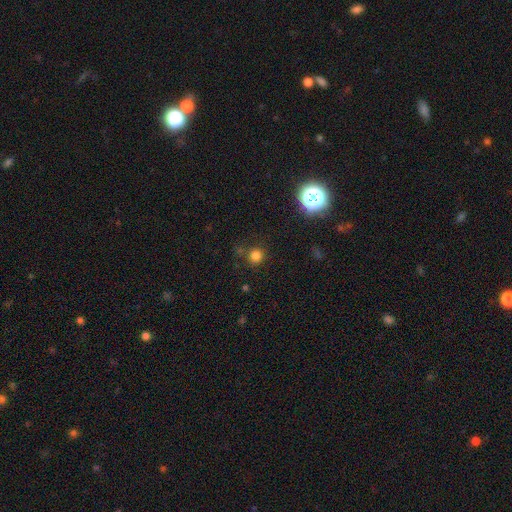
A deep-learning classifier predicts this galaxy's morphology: This appears to be a smooth galaxy with no disk features (77%) that is round (93%). Merging: none (80%).